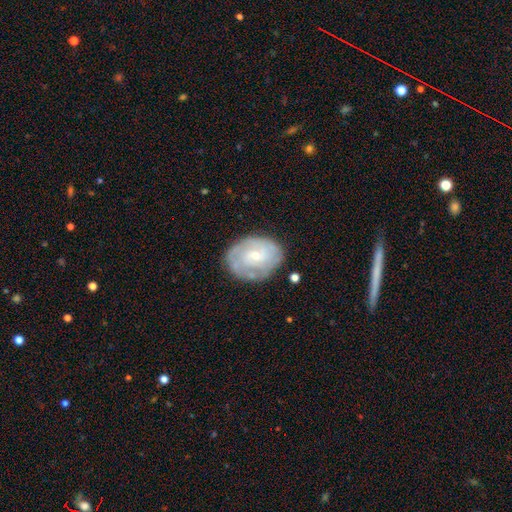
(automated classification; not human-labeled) A featured or disk galaxy (68%) with no bar (70%), tight (66%) spiral arms (79%) and a small central bulge (70%).

Vote fractions:
- Smooth or featured? featured or disk: 68% / smooth: 26% / star or artifact: 6%
- Edge-on disk? no: 97% / yes: 3%
- Bar? no: 70% / weak: 26% / strong: 4%
- Spiral arms? yes: 79% / no: 21%
- Spiral winding? tight: 66% / medium: 26% / loose: 9%
- Spiral arm count? can't tell: 46% / 2: 27% / 3: 12% / 1: 6% / 4: 5% / more than 4: 3%
- Bulge size? small: 70% / moderate: 26% / none: 1% / large: 1% / dominant: 1%
- Merging? none: 72% / minor disturbance: 19% / major disturbance: 6% / merger: 2%